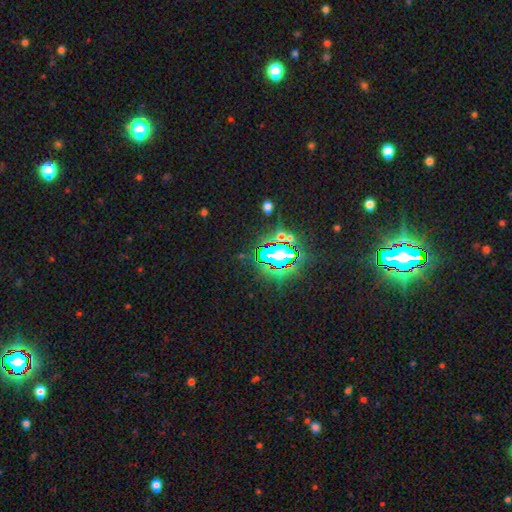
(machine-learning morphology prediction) star or artifact 78%, smooth 12%, featured or disk 9%.